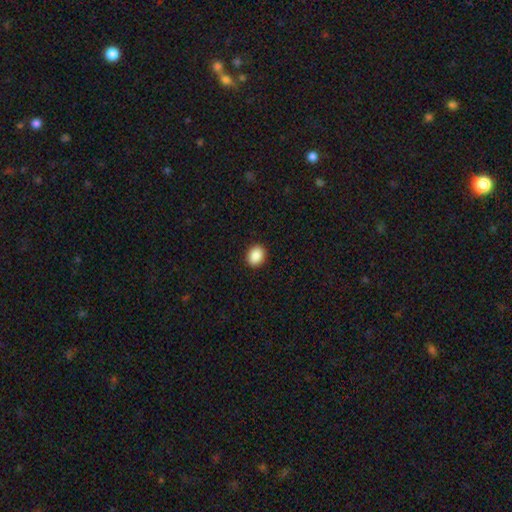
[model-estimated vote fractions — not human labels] Smooth or featured? Predicted: smooth (p=0.89). How rounded? Predicted: in between (p=0.57). Merging? Predicted: none (p=0.92).